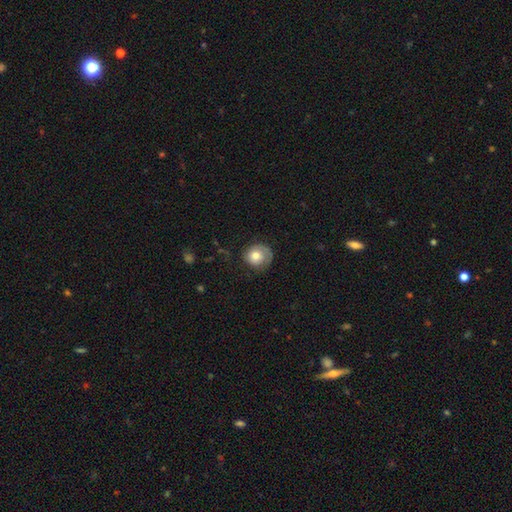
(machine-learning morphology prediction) smooth_or_featured: smooth (p=0.62) [alt: featured or disk p=0.31]
how_rounded: round (p=0.83) [alt: in between p=0.16]
merging: none (p=0.62) [alt: minor disturbance p=0.23]